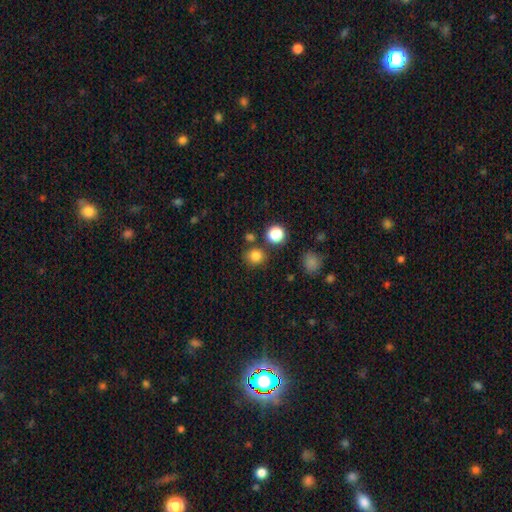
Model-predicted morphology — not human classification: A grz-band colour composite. It shows a smooth galaxy with no disk features (80%) that is round (87%). Merging: none (78%).